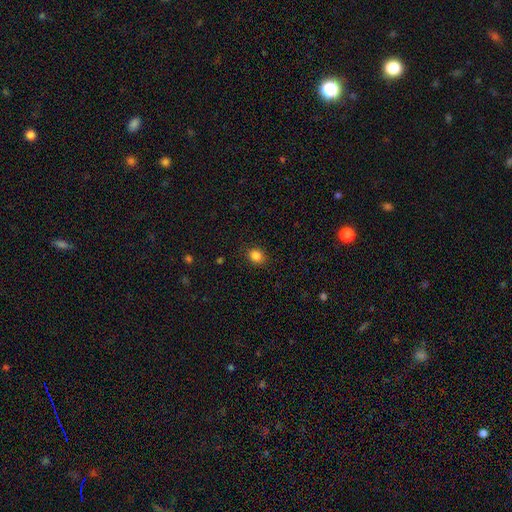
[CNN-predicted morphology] Overall: smooth (84%). How rounded: round (63%; in between 37%). Merging: none (88%).